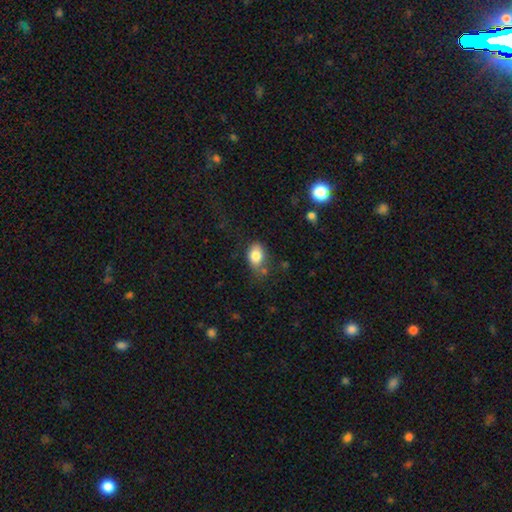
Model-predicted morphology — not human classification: Smooth or featured?
  - smooth: 82% *
  - featured or disk: 9%
  - star or artifact: 8%
How rounded?
  - in between: 81% *
  - round: 17%
  - cigar-shaped: 2%
Merging?
  - none: 62% *
  - minor disturbance: 26%
  - major disturbance: 7%
  - merger: 5%